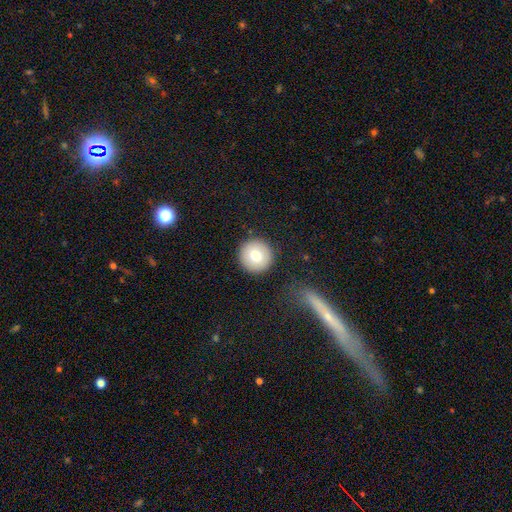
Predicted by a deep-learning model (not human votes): Q: Smooth or featured?
A: smooth (78%); runner-up: featured or disk (14%)
Q: How rounded?
A: round (96%); runner-up: in between (3%)
Q: Merging?
A: none (90%); runner-up: minor disturbance (6%)